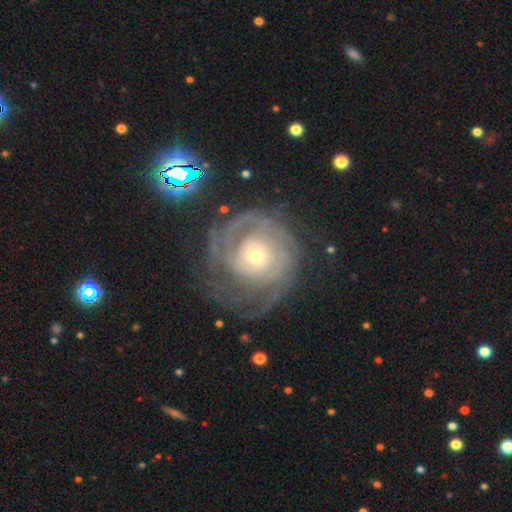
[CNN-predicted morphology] Q: Smooth or featured?
A: featured or disk (84%); runner-up: smooth (9%)
Q: Edge-on disk?
A: no (97%); runner-up: yes (3%)
Q: Bar?
A: no (80%); runner-up: weak (15%)
Q: Spiral arms?
A: yes (92%); runner-up: no (8%)
Q: Spiral winding?
A: tight (73%); runner-up: medium (20%)
Q: Spiral arm count?
A: can't tell (38%); runner-up: 2 (21%)
Q: Bulge size?
A: small (51%); runner-up: moderate (42%)
Q: Merging?
A: none (65%); runner-up: minor disturbance (17%)